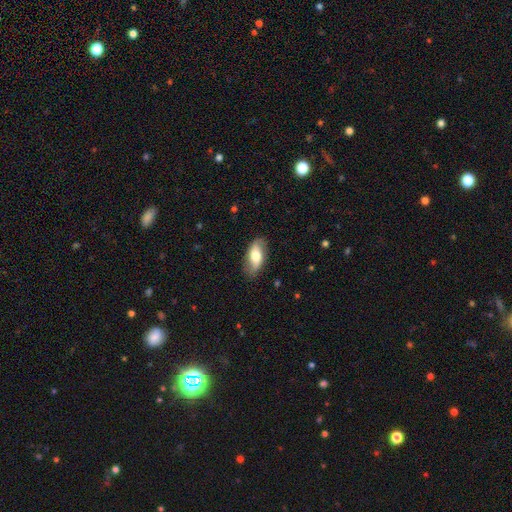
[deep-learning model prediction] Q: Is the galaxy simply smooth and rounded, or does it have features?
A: smooth — 52%.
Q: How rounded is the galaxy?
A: in between — 87%.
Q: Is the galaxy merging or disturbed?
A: none — 82%.